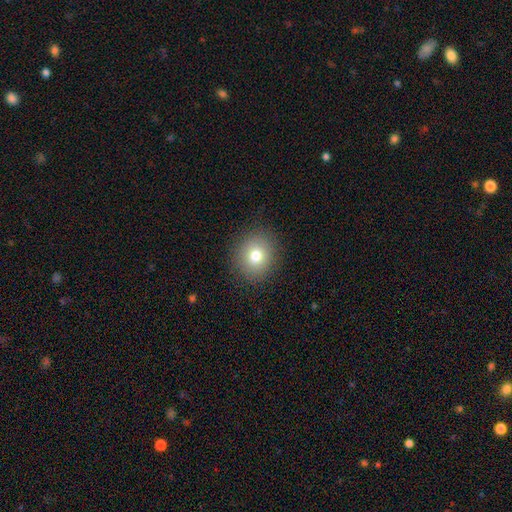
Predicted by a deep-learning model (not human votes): Morphology: type=smooth (76%); roundness=round (83%); merging=none (89%).